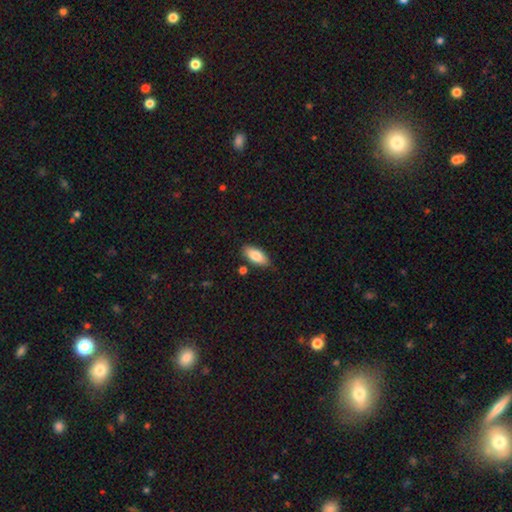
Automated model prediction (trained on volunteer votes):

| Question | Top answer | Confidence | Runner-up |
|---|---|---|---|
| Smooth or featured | smooth | 84% | featured or disk (10%) |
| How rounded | in between | 86% | cigar-shaped (12%) |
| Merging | none | 83% | minor disturbance (11%) |